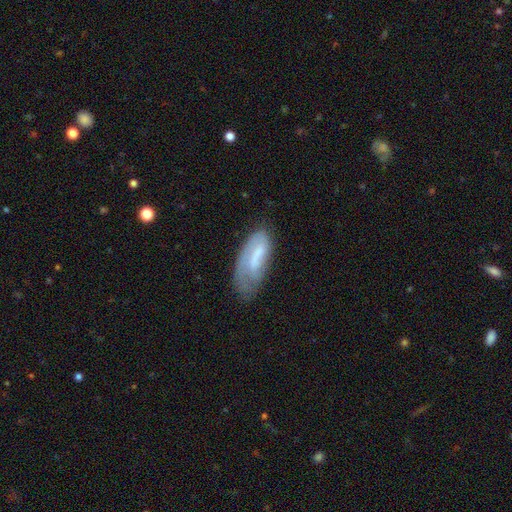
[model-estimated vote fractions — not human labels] smooth-or-featured: smooth: 47% | featured or disk: 46% | star or artifact: 7%
  merging: none: 41% | minor disturbance: 32% | major disturbance: 24% | merger: 3%